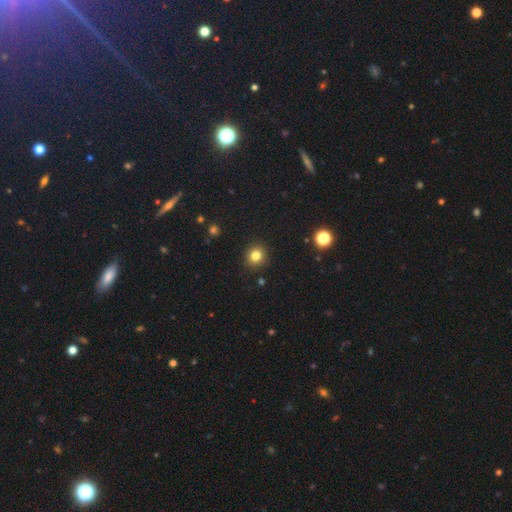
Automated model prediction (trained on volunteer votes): A smooth galaxy with no disk features (81%) that is round (88%). Merging: none (91%).